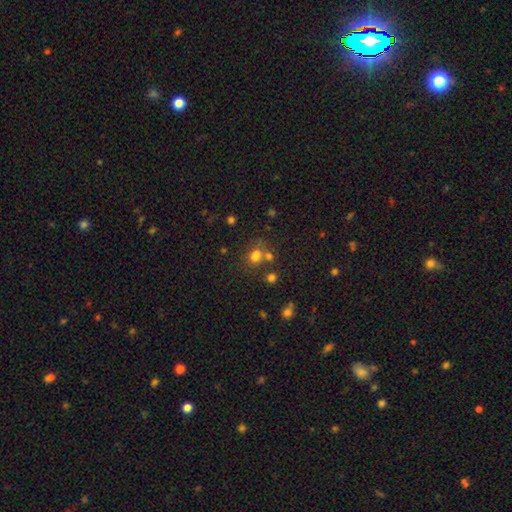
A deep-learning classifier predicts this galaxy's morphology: Smooth or featured?
  - smooth: 73% *
  - star or artifact: 18%
  - featured or disk: 9%
How rounded?
  - round: 62% *
  - in between: 37%
  - cigar-shaped: 1%
Merging?
  - none: 54% *
  - merger: 28%
  - minor disturbance: 12%
  - major disturbance: 6%